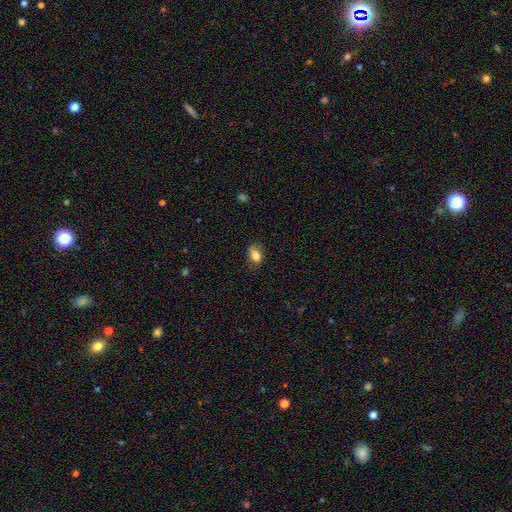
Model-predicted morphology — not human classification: A smooth galaxy with no disk features (82%) that is in between round and cigar-shaped (80%).

Vote fractions:
- Smooth or featured? smooth: 82% / star or artifact: 9% / featured or disk: 9%
- How rounded? in between: 80% / round: 18% / cigar-shaped: 2%
- Merging? none: 72% / minor disturbance: 22% / major disturbance: 5% / merger: 1%